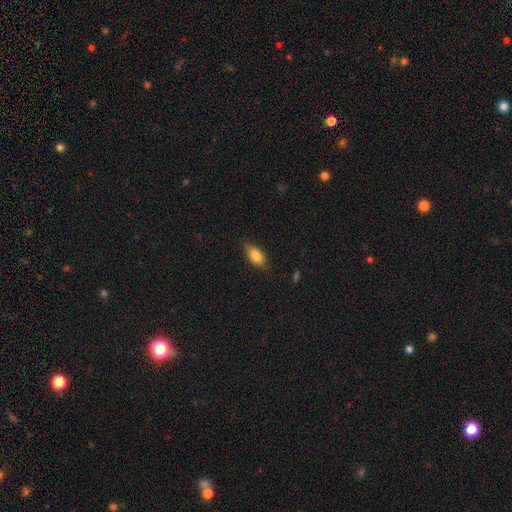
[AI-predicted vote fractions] smooth 83%, featured or disk 10%, star or artifact 7%. Down the decision tree: how rounded — in between (86%); merging — none (82%).